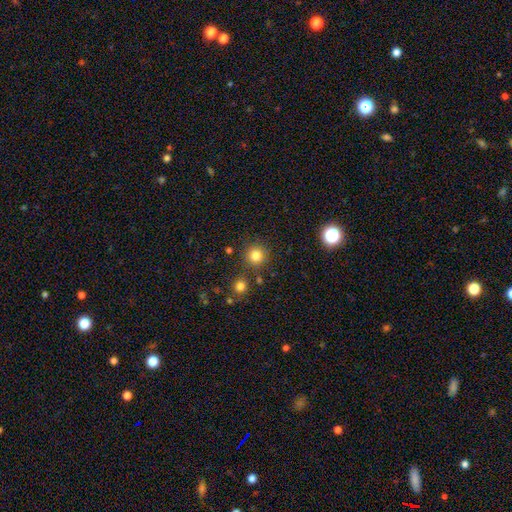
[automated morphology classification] type=smooth (82%); roundness=round (94%); merging=none (84%).